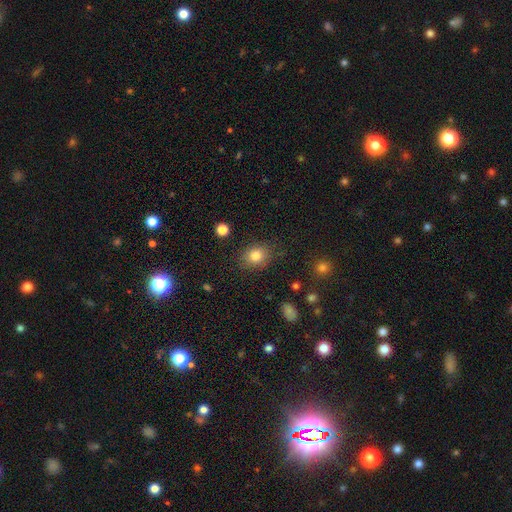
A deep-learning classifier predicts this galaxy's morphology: Smooth or featured? smooth (81%)
How rounded? round (61%)
Merging? none (84%)